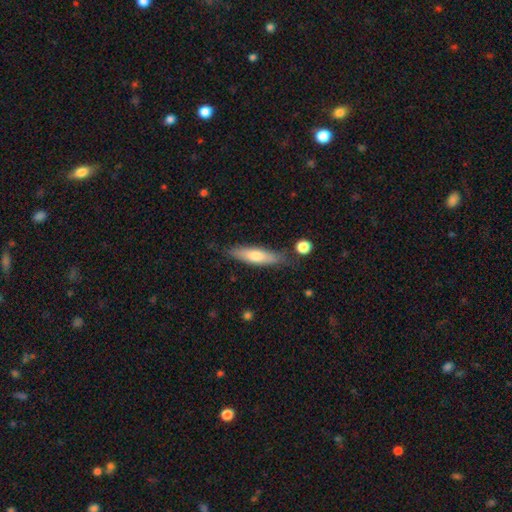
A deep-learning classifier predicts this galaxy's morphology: Smooth or featured?
  - smooth: 62% *
  - featured or disk: 32%
  - star or artifact: 6%
How rounded?
  - cigar-shaped: 74% *
  - in between: 24%
  - round: 2%
Merging?
  - none: 79% *
  - minor disturbance: 15%
  - merger: 3%
  - major disturbance: 3%